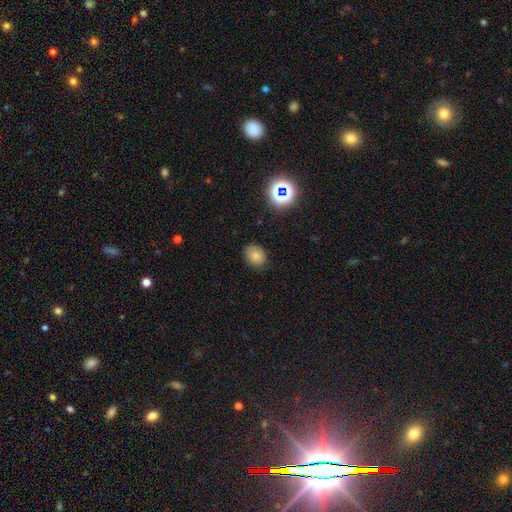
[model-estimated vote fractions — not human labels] smooth-or-featured: smooth: 77% | star or artifact: 15% | featured or disk: 8%
  how-rounded: round: 52% | in between: 47% | cigar-shaped: 1%
  merging: none: 83% | minor disturbance: 13% | major disturbance: 3% | merger: 1%